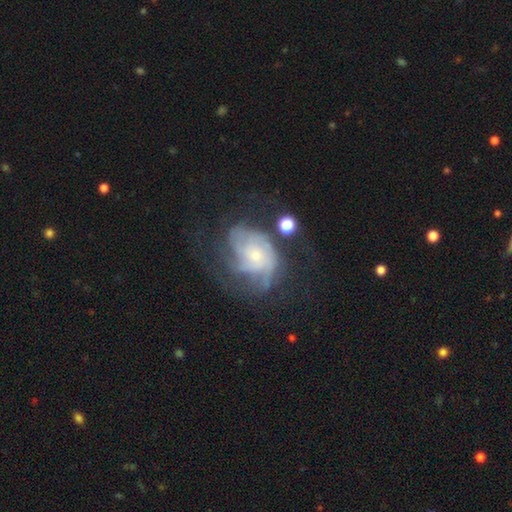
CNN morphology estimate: Smooth or featured: featured or disk — 78% (smooth — 14%)
Edge-on disk: no — 98% (yes — 2%)
Bar: no — 74% (weak — 23%)
Spiral arms: yes — 89% (no — 11%)
Spiral winding: tight — 44% (medium — 39%)
Spiral arm count: can't tell — 35% (3 — 25%)
Bulge size: small — 56% (moderate — 34%)
Merging: none — 45% (major disturbance — 28%)